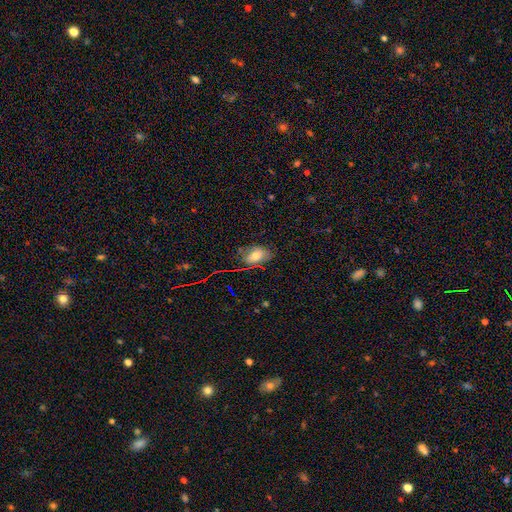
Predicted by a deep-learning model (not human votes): Overall: smooth (70%). How rounded: in between (88%). Merging: none (65%; minor disturbance 25%).